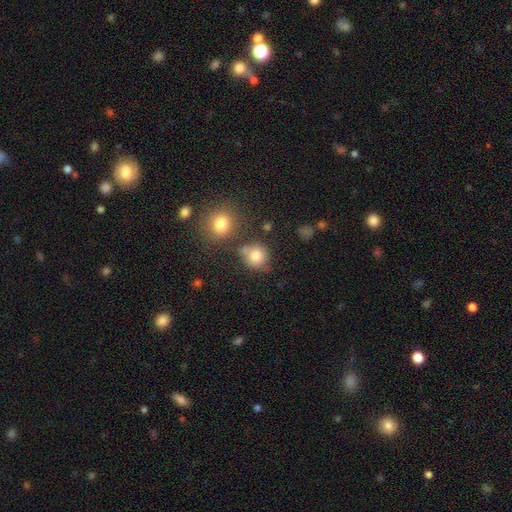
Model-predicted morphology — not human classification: smooth-or-featured: smooth: 80% | star or artifact: 12% | featured or disk: 8%
  how-rounded: round: 84% | in between: 15% | cigar-shaped: 1%
  merging: none: 63% | minor disturbance: 16% | merger: 14% | major disturbance: 6%